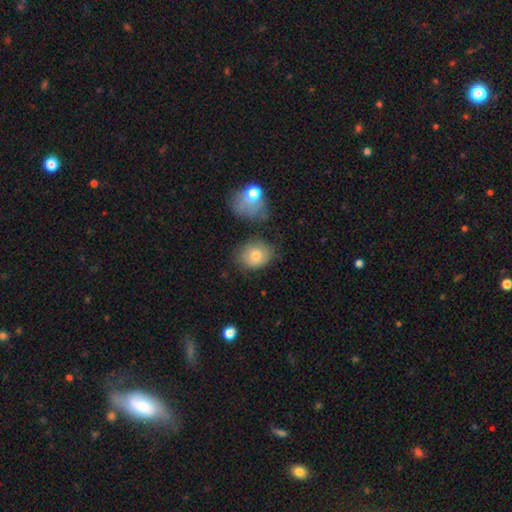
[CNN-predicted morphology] A smooth galaxy with no disk features (75%) that is round (58%). Merging: none (66%).